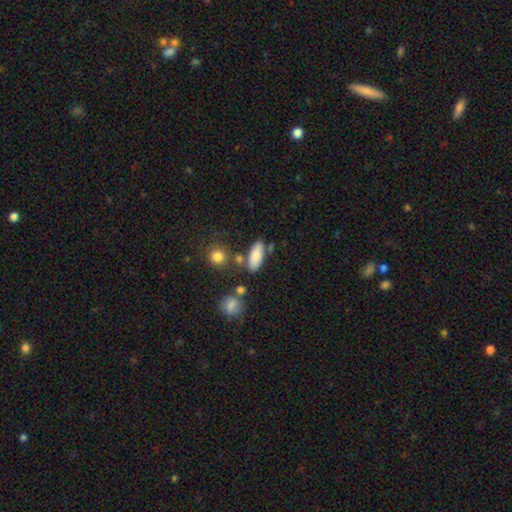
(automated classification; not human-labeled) Smooth or featured?
  - smooth: 82% *
  - featured or disk: 10%
  - star or artifact: 8%
How rounded?
  - in between: 77% *
  - cigar-shaped: 19%
  - round: 4%
Merging?
  - none: 70% *
  - minor disturbance: 14%
  - merger: 11%
  - major disturbance: 5%